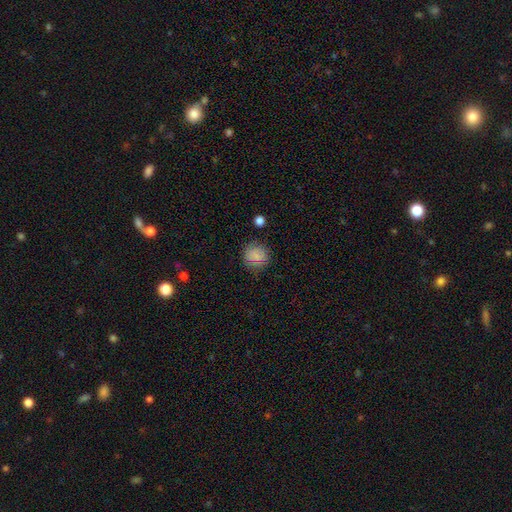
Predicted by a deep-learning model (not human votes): Q: Smooth or featured?
A: smooth (81%); runner-up: star or artifact (11%)
Q: How rounded?
A: round (89%); runner-up: in between (10%)
Q: Merging?
A: none (83%); runner-up: minor disturbance (11%)